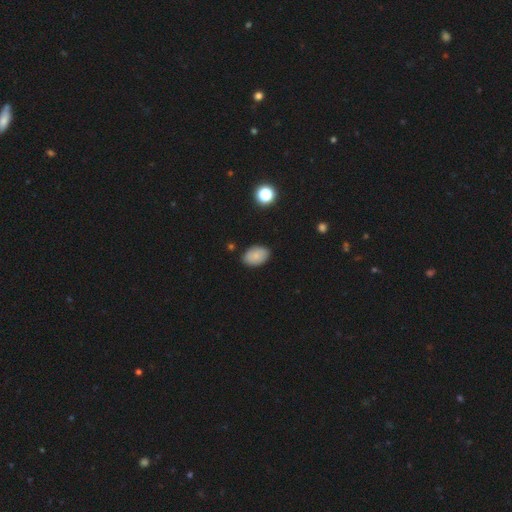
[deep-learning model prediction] Smooth or featured: smooth — 80% (featured or disk — 11%)
How rounded: in between — 87% (round — 12%)
Merging: none — 85% (minor disturbance — 11%)